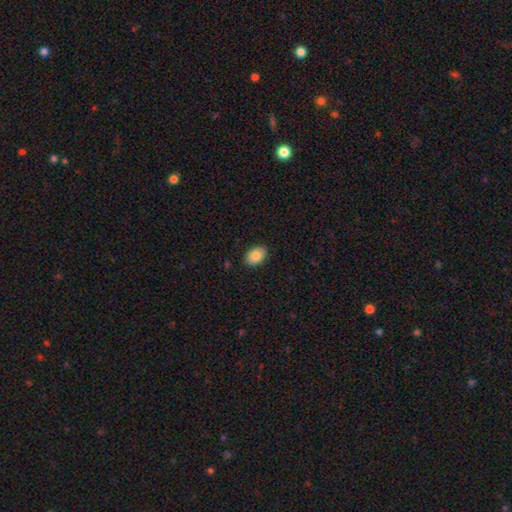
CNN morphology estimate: smooth_or_featured: smooth (p=0.85) [alt: featured or disk p=0.08]
how_rounded: in between (p=0.84) [alt: round p=0.15]
merging: none (p=0.88) [alt: minor disturbance p=0.09]